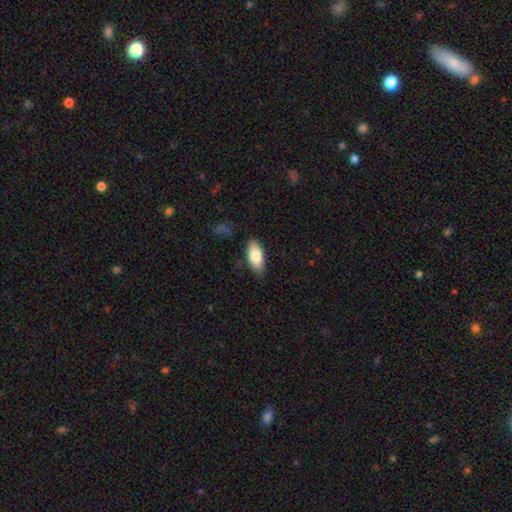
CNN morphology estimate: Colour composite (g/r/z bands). It shows a smooth galaxy with no disk features (83%) that is in between round and cigar-shaped (89%). Merging: none (79%).